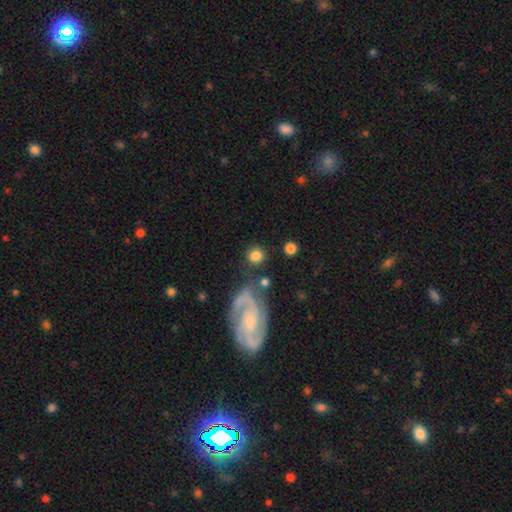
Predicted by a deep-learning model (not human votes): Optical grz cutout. It shows a smooth galaxy with no disk features (75%) that is round (90%). Merging: none (79%).